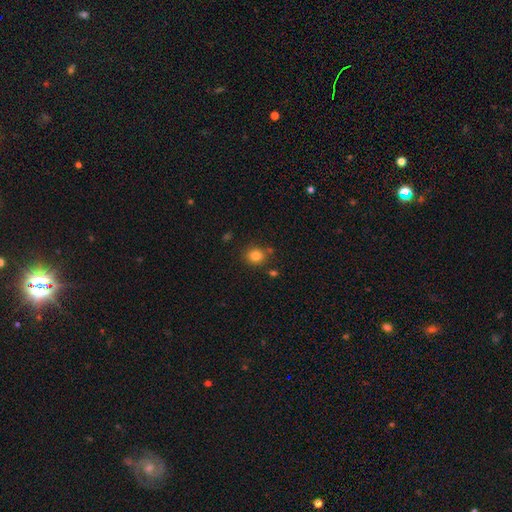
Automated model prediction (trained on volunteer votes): The model was most divided on "how rounded": round: 82%, in between: 18%, cigar-shaped: 1%. More confident: smooth or featured — smooth (83%); merging — none (81%).